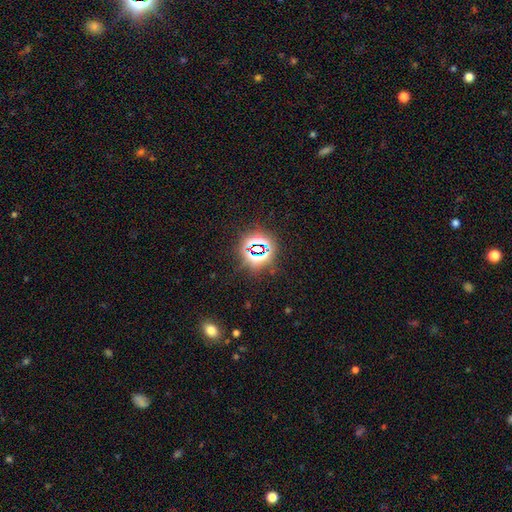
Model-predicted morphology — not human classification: type=star or artifact (77%).